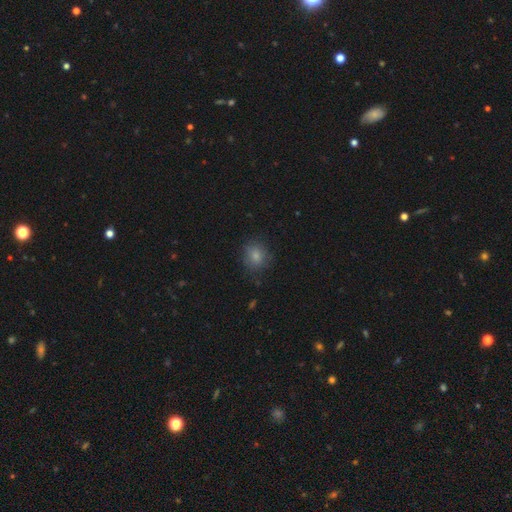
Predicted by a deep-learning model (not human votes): Morphology: type=smooth (81%); roundness=round (74%); merging=none (79%).